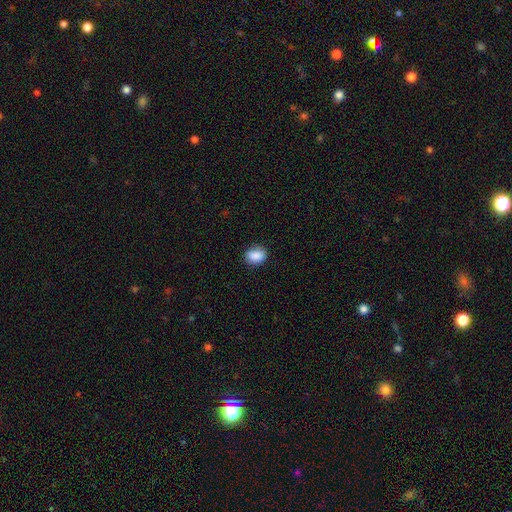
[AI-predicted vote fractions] Smooth or featured: smooth — 88% (star or artifact — 8%)
How rounded: in between — 64% (round — 35%)
Merging: none — 82% (minor disturbance — 14%)